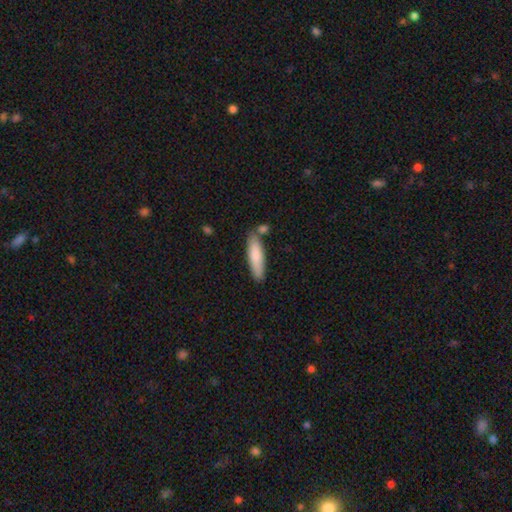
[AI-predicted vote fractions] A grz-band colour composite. It shows a smooth galaxy with no disk features (81%) that is cigar-shaped (70%). Merging: none (73%).